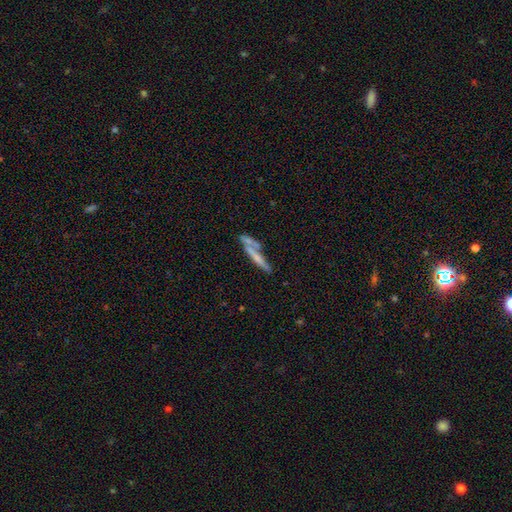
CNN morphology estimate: featured or disk 46% (tied), smooth 46% (tied), star or artifact 8%. Down the decision tree: merging — none (51%).